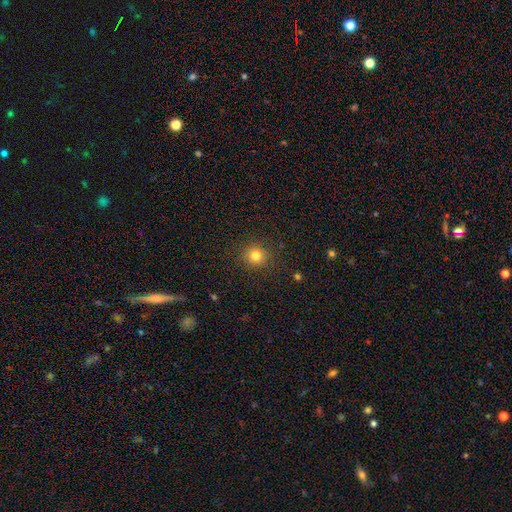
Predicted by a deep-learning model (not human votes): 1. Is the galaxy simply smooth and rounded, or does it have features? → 80% smooth, 14% star or artifact, 6% featured or disk.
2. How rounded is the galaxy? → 92% round, 8% in between, 1% cigar-shaped.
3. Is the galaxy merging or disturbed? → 89% none, 7% minor disturbance, 3% major disturbance, 1% merger.